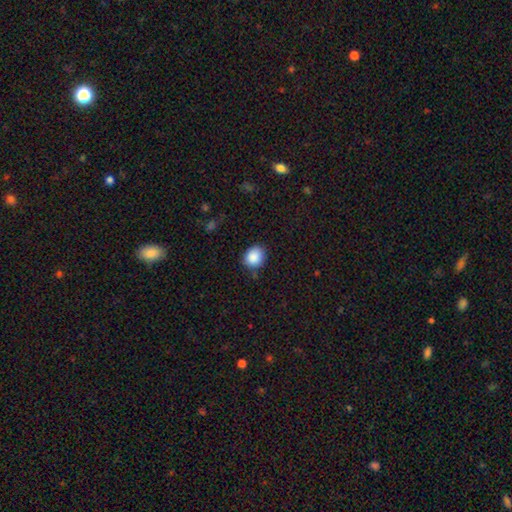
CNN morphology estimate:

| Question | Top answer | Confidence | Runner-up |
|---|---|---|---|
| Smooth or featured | smooth | 88% | star or artifact (8%) |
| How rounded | round | 68% | in between (31%) |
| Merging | none | 81% | minor disturbance (14%) |